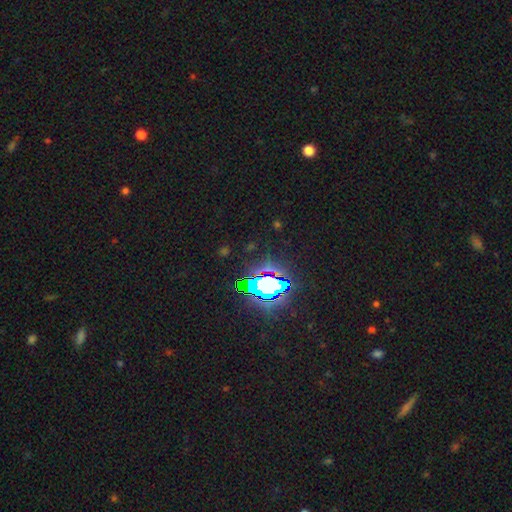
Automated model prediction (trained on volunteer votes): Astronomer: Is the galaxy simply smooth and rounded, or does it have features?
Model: star or artifact — 82%.